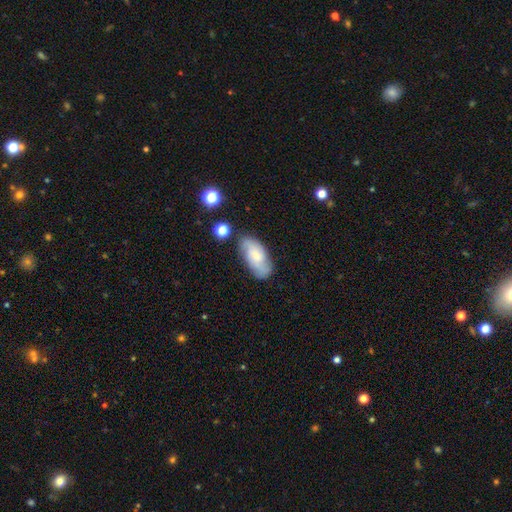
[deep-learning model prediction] Smooth or featured? smooth (49%)
Merging? none (68%)